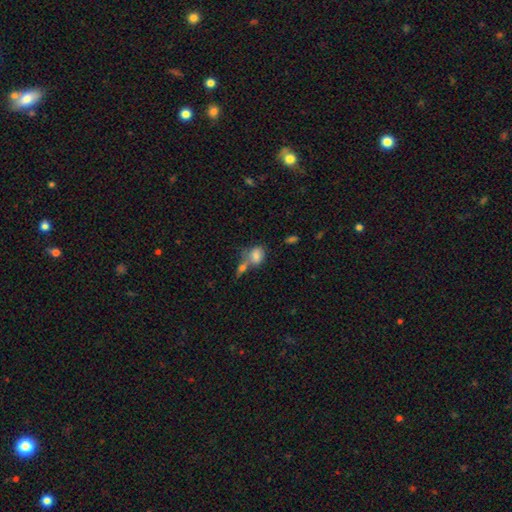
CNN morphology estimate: A smooth galaxy with no disk features (77%) that is in between round and cigar-shaped (67%).

Vote fractions:
- Smooth or featured? smooth: 77% / featured or disk: 13% / star or artifact: 9%
- How rounded? in between: 67% / round: 31% / cigar-shaped: 2%
- Merging? merger: 42% / none: 35% / minor disturbance: 15% / major disturbance: 8%